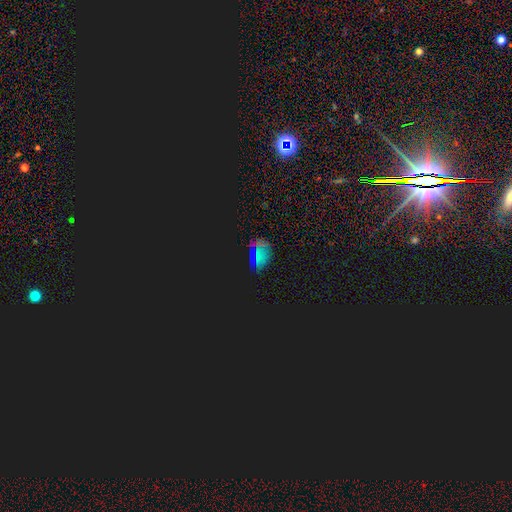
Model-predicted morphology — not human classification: Overall: star or artifact (70%).